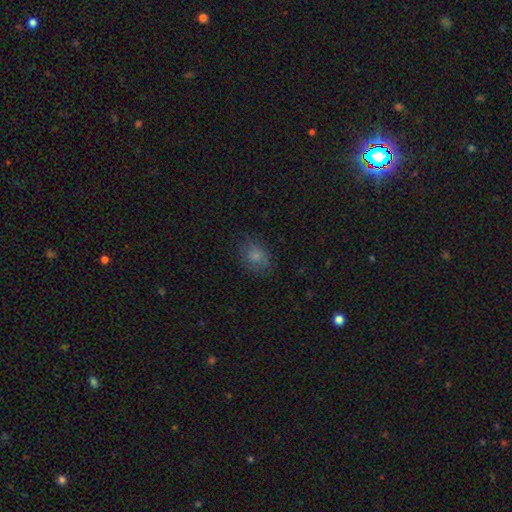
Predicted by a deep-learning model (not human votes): This appears to be a smooth galaxy with no disk features (78%) that is in between round and cigar-shaped (54%). Merging: none (73%).